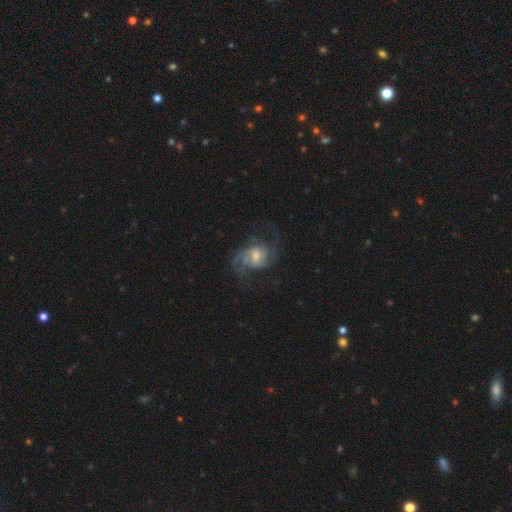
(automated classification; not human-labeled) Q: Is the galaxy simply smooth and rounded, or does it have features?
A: featured or disk — 85%.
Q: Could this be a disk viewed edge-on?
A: no — 98%.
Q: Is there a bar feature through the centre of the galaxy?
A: weak — 45%, tied with no.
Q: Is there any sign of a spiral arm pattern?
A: yes — 95%.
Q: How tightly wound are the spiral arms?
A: medium — 49%.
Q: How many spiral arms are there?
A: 2 — 35%.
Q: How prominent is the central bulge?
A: moderate — 48%.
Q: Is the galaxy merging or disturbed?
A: none — 61%.